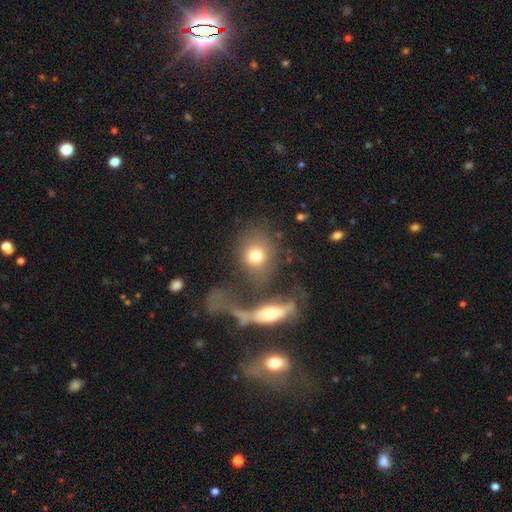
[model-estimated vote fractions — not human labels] The model was most divided on "merging": none: 37%, merger: 36%, major disturbance: 16%, minor disturbance: 11%. More confident: smooth or featured — smooth (68%); how rounded — round (63%).